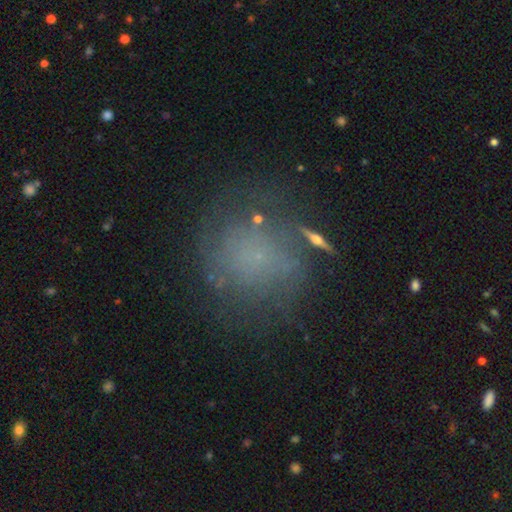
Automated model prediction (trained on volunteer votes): Smooth or featured? smooth (50%)
How rounded? round (83%)
Merging? none (68%)